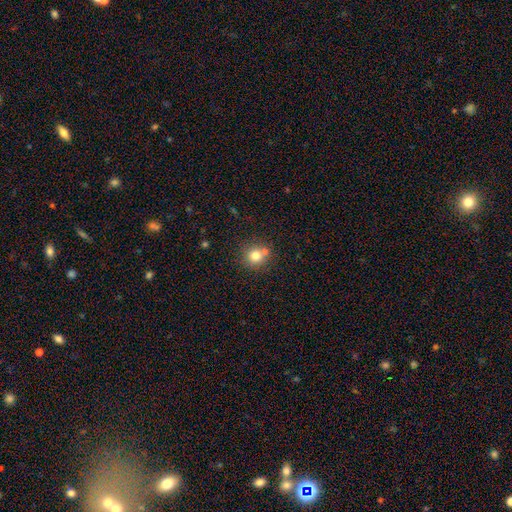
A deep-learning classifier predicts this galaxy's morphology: Smooth or featured? smooth (77%)
How rounded? round (86%)
Merging? none (61%)